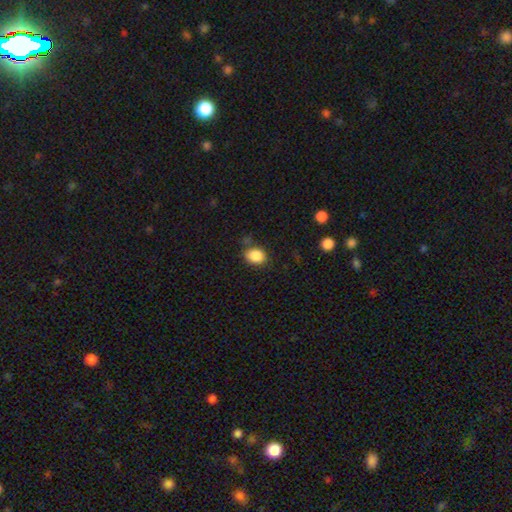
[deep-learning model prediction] A smooth galaxy with no disk features (87%) that is in between round and cigar-shaped (57%).

Vote fractions:
- Smooth or featured? smooth: 87% / star or artifact: 9% / featured or disk: 4%
- How rounded? in between: 57% / round: 42% / cigar-shaped: 1%
- Merging? none: 75% / minor disturbance: 16% / merger: 5% / major disturbance: 4%